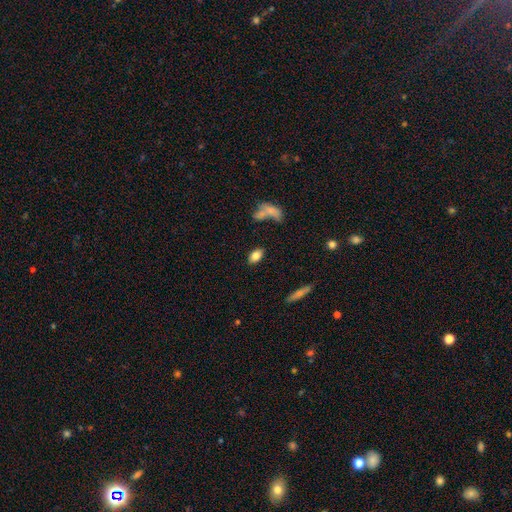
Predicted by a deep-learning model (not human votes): smooth_or_featured: smooth (p=0.81) [alt: featured or disk p=0.11]
how_rounded: in between (p=0.89) [alt: round p=0.07]
merging: none (p=0.82) [alt: minor disturbance p=0.11]